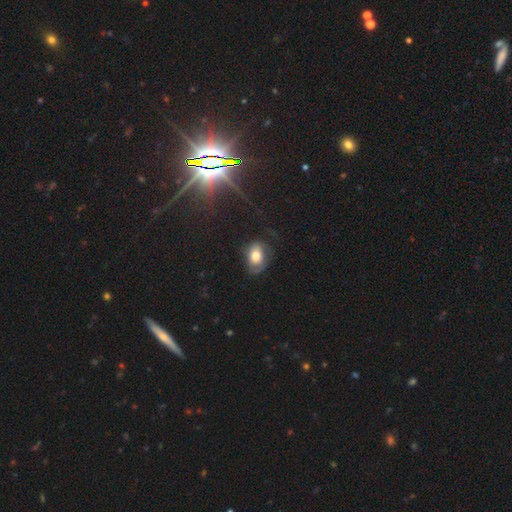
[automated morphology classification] The model was most divided on "merging": none: 54%, minor disturbance: 29%, major disturbance: 16%, merger: 2%. More confident: how rounded — in between (75%); smooth or featured — smooth (66%).